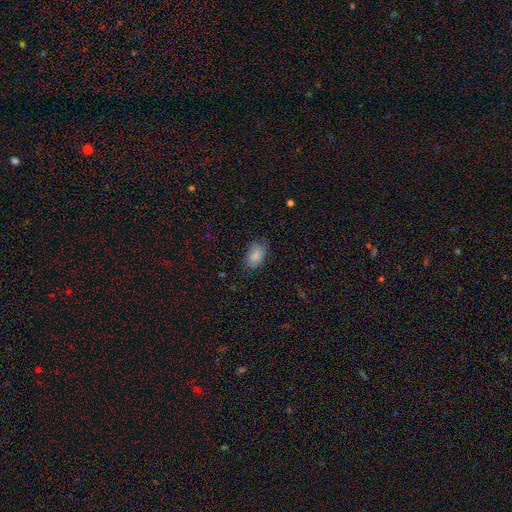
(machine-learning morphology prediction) smooth_or_featured: smooth (p=0.87) [alt: star or artifact p=0.07]
how_rounded: in between (p=0.91) [alt: round p=0.07]
merging: none (p=0.78) [alt: minor disturbance p=0.16]